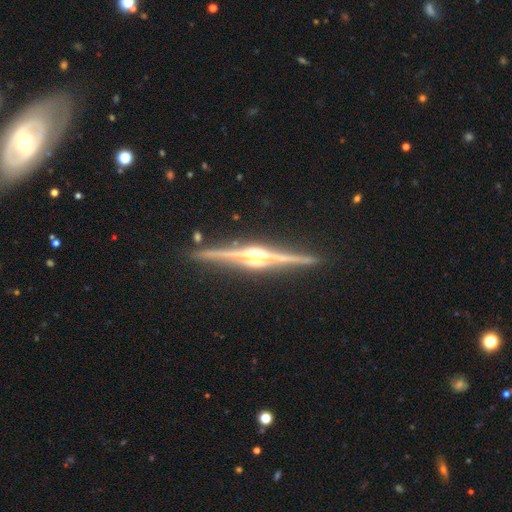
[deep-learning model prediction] Smooth or featured?
  - featured or disk: 91% *
  - star or artifact: 4%
  - smooth: 4%
Edge-on disk?
  - yes: 99% *
  - no: 1%
Edge-on bulge?
  - rounded: 90% *
  - boxy: 7%
  - none: 3%
Merging?
  - none: 91% *
  - minor disturbance: 6%
  - major disturbance: 1%
  - merger: 1%